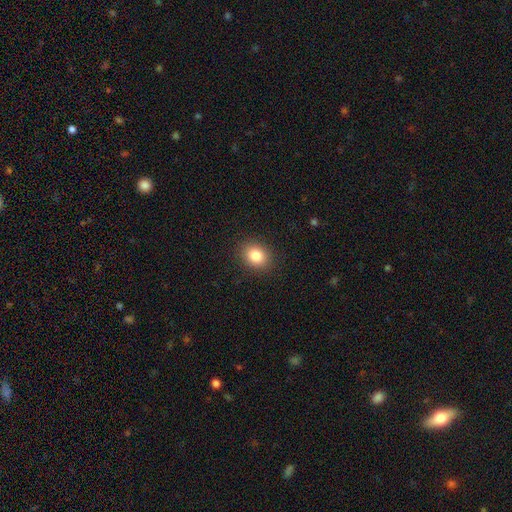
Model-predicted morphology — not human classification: type=smooth (84%); roundness=round (56%); merging=none (89%).